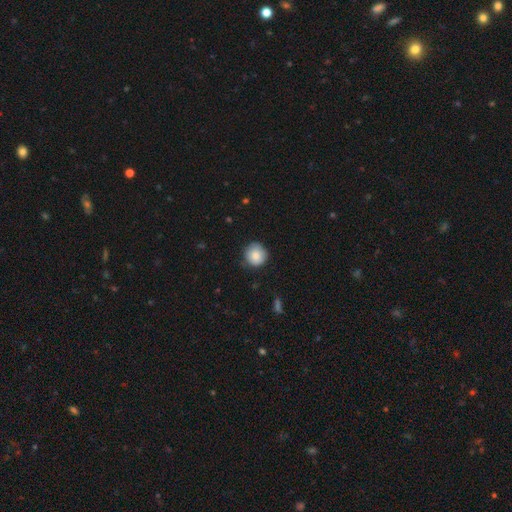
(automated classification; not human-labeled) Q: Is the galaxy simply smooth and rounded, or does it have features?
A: smooth — 83%.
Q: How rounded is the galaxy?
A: round — 93%.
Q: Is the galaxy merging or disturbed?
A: none — 78%.